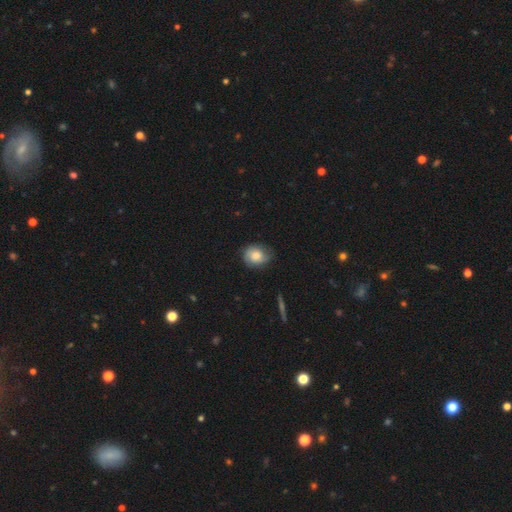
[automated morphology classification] Smooth or featured: smooth — 67% (featured or disk — 25%)
How rounded: round — 67% (in between — 32%)
Merging: none — 71% (minor disturbance — 23%)